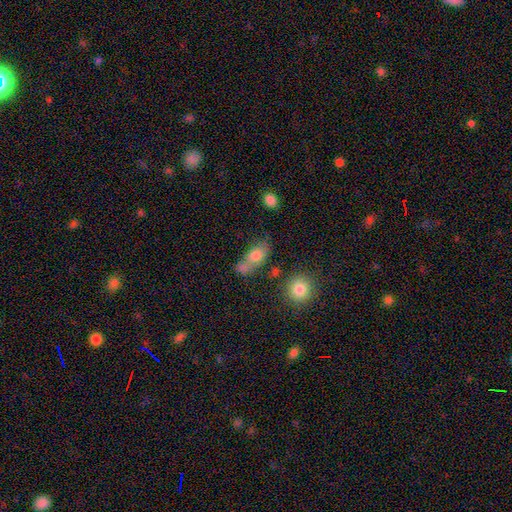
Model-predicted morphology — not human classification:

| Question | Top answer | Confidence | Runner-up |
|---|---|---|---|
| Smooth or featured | smooth | 74% | featured or disk (17%) |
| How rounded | in between | 79% | round (12%) |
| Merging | none | 38% | merger (36%) |